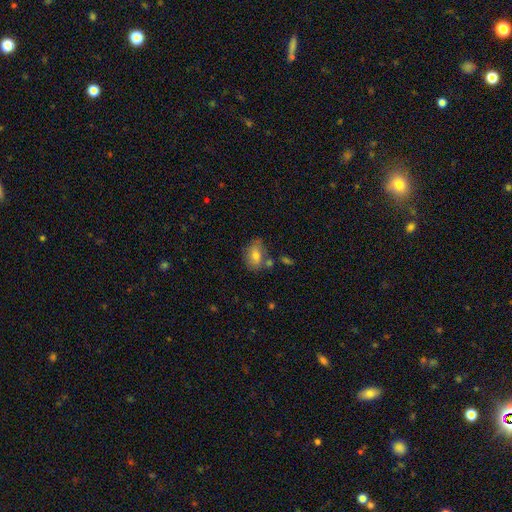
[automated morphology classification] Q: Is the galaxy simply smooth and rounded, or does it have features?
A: smooth — 72%.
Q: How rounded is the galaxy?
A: in between — 77%.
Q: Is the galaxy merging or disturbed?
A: none — 63%.